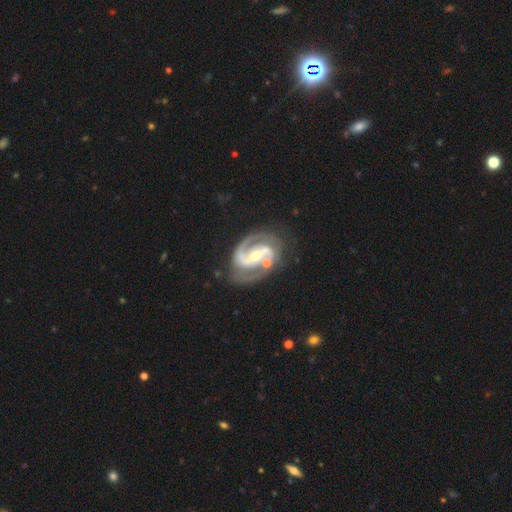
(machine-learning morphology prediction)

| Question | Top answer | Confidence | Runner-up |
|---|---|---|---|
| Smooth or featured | featured or disk | 92% | star or artifact (4%) |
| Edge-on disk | no | 98% | yes (2%) |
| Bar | strong | 55% | weak (29%) |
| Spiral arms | yes | 98% | no (2%) |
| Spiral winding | medium | 58% | tight (31%) |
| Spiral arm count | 2 | 92% | 3 (3%) |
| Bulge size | moderate | 53% | small (42%) |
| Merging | none | 69% | minor disturbance (17%) |